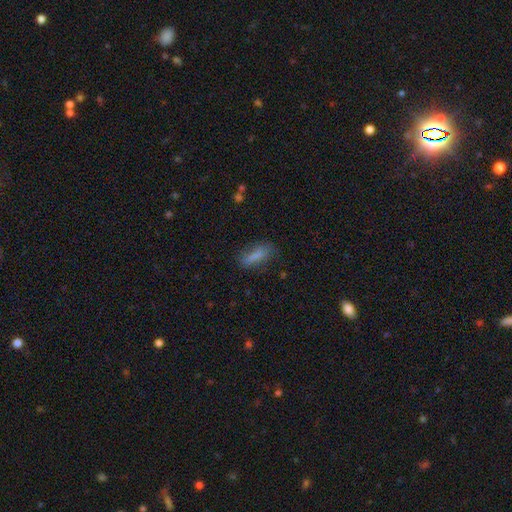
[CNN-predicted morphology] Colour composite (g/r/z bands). It shows a smooth galaxy with no disk features (77%) that is cigar-shaped (49%). Merging: none (71%).